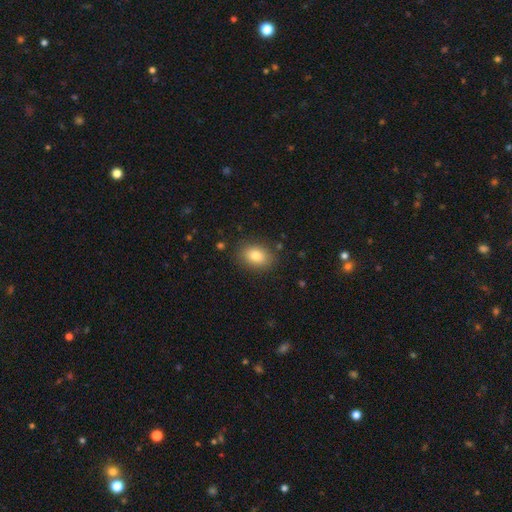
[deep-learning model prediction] Overall: smooth (82%). How rounded: in between (73%). Merging: none (86%).